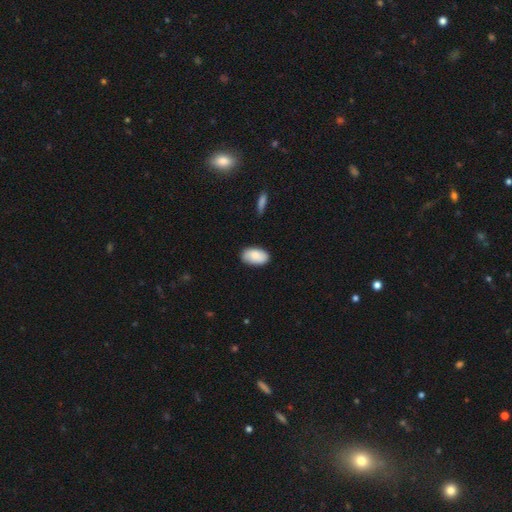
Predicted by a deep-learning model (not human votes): Smooth or featured? Predicted: smooth (p=0.85). How rounded? Predicted: in between (p=0.94). Merging? Predicted: none (p=0.83).